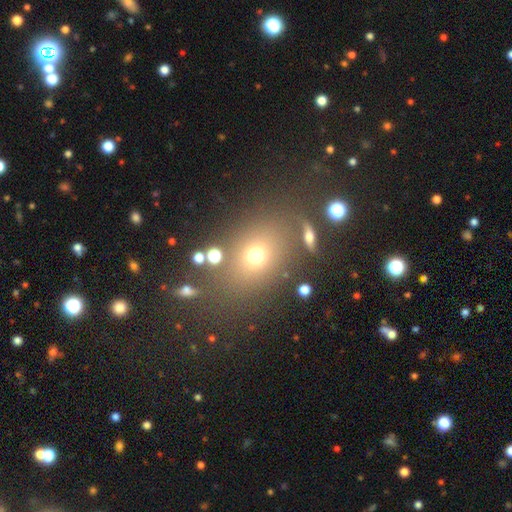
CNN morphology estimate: Smooth or featured: smooth — 68% (star or artifact — 19%)
How rounded: in between — 50% (round — 48%)
Merging: none — 74% (minor disturbance — 12%)